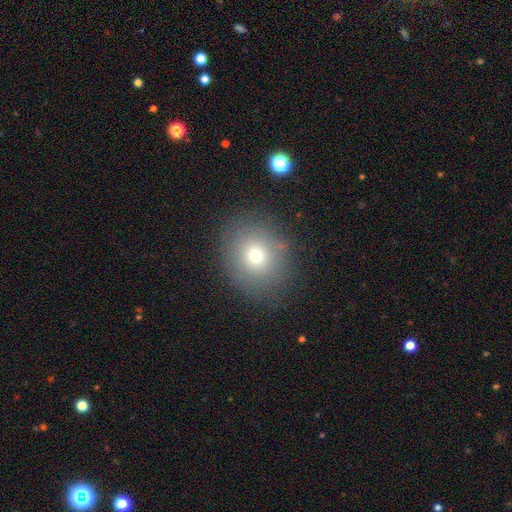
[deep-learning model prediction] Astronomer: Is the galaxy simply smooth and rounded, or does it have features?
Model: smooth — 70%.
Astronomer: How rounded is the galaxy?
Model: round — 70%.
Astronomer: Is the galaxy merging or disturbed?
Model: none — 84%.